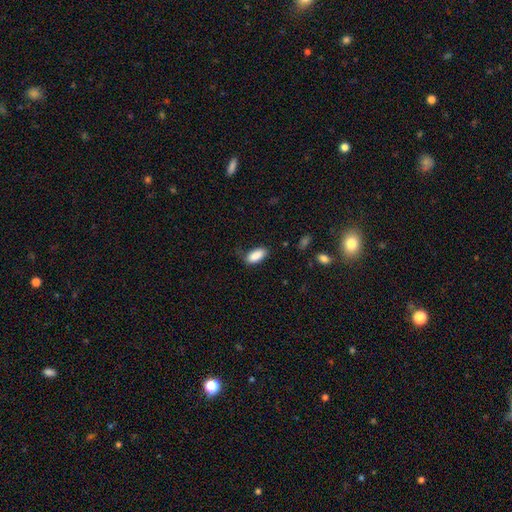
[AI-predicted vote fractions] Morphology: type=smooth (88%); roundness=in between (89%); merging=none (71%).